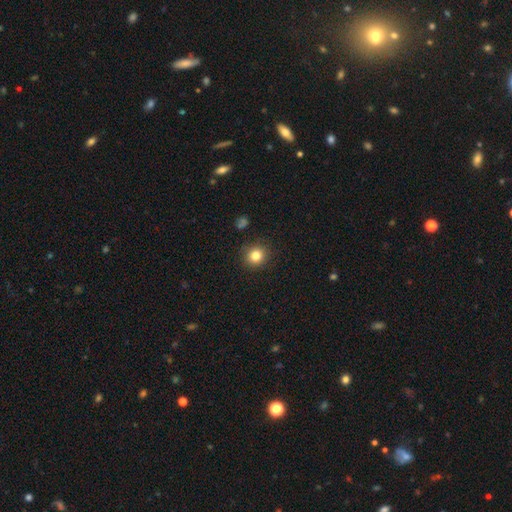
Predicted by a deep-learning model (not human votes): Overall: smooth (83%). How rounded: round (88%). Merging: none (90%).